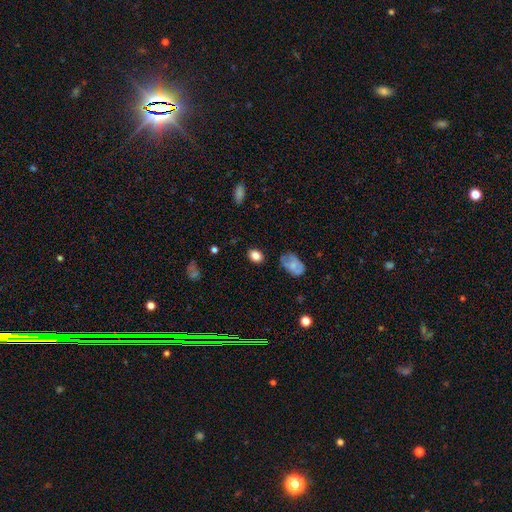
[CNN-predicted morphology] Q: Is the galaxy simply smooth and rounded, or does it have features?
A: smooth — 83%.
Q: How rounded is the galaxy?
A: in between — 68%.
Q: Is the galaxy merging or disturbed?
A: none — 80%.